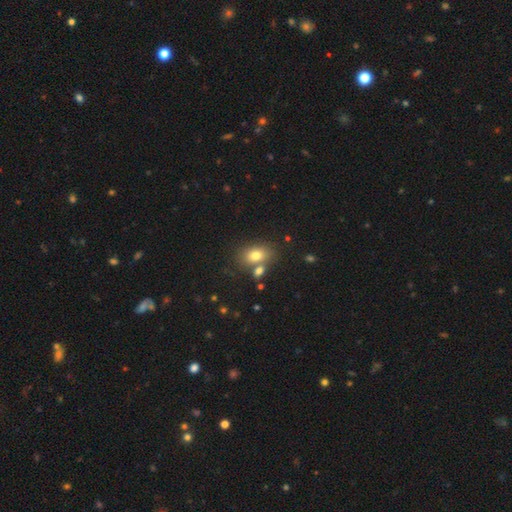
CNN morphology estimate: Smooth or featured? Predicted: smooth (p=0.78). How rounded? Predicted: in between (p=0.80). Merging? Predicted: none (p=0.60).